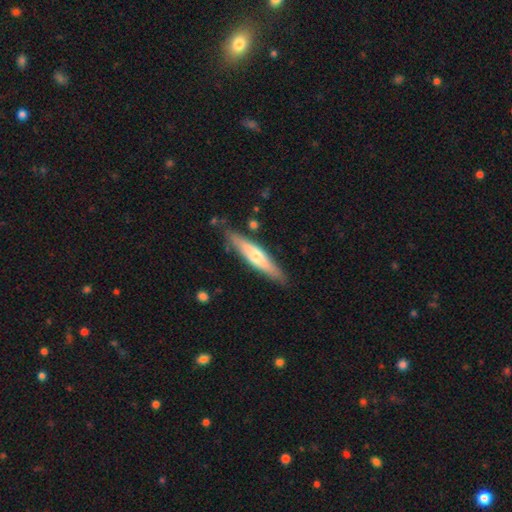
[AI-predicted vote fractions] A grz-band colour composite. It shows a featured or disk galaxy (48%). Merging: none (84%).